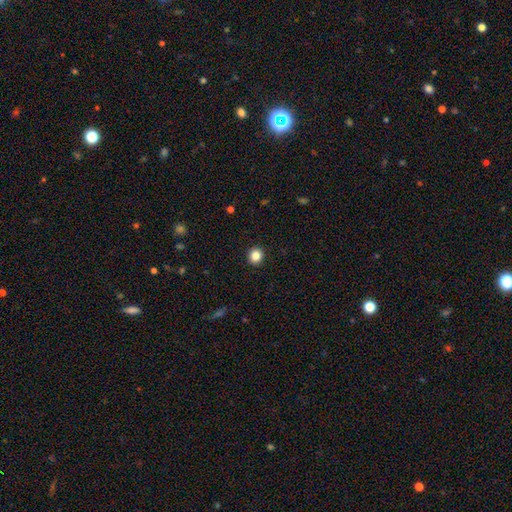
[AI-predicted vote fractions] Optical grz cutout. It shows a smooth galaxy with no disk features (85%) that is round (88%). Merging: none (93%).